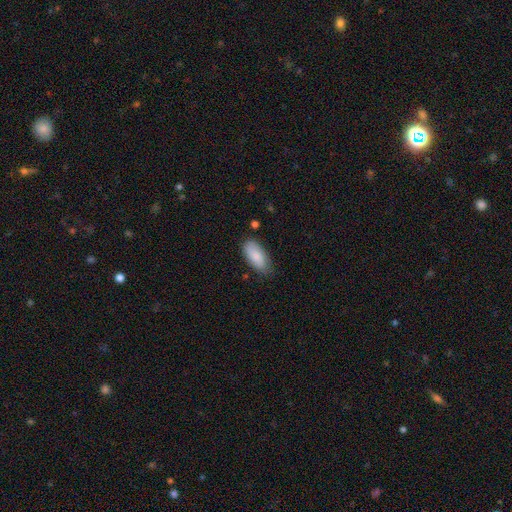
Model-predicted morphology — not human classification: smooth 86%, featured or disk 9%, star or artifact 6%. Down the decision tree: how rounded — in between (90%); merging — none (75%).